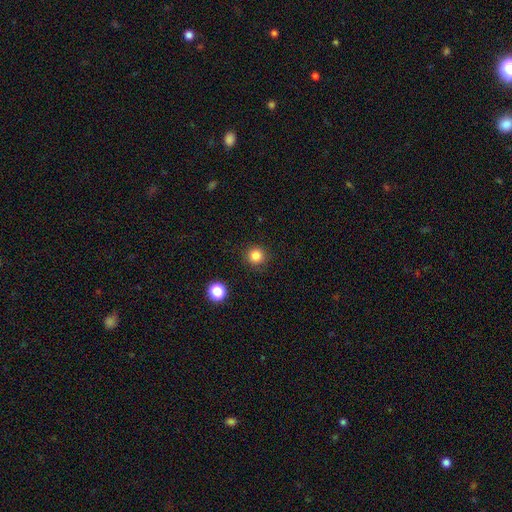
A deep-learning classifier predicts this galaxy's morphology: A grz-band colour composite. It shows a smooth galaxy with no disk features (84%) that is round (95%). Merging: none (91%).